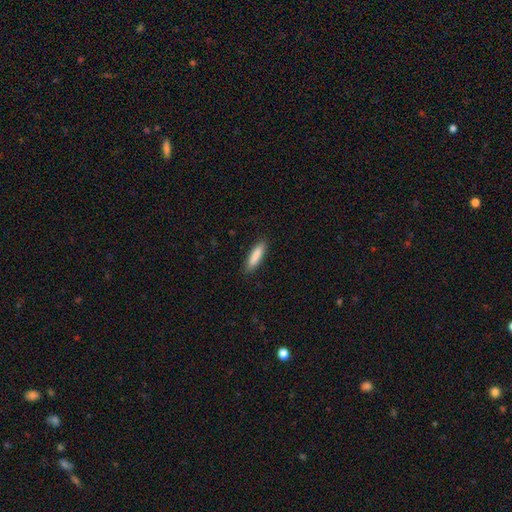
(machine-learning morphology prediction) The model was most divided on "how rounded": cigar-shaped: 72%, in between: 27%, round: 1%. More confident: merging — none (88%); smooth or featured — smooth (87%).